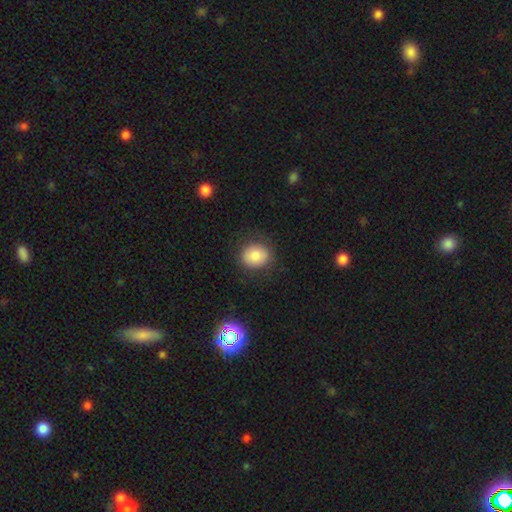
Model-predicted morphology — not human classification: type=smooth (82%); roundness=round (66%); merging=none (85%).